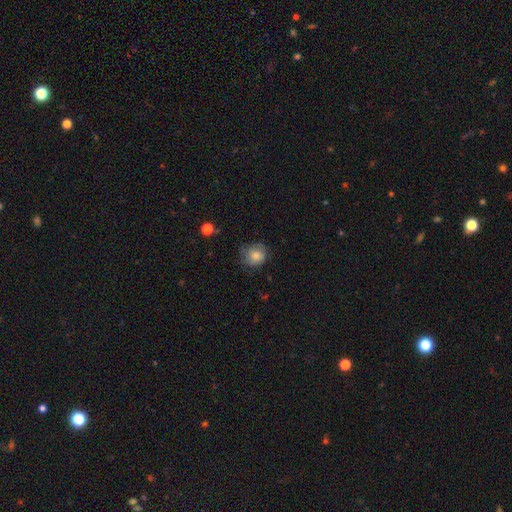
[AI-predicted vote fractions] Morphology: type=smooth (73%); roundness=round (83%); merging=none (66%).